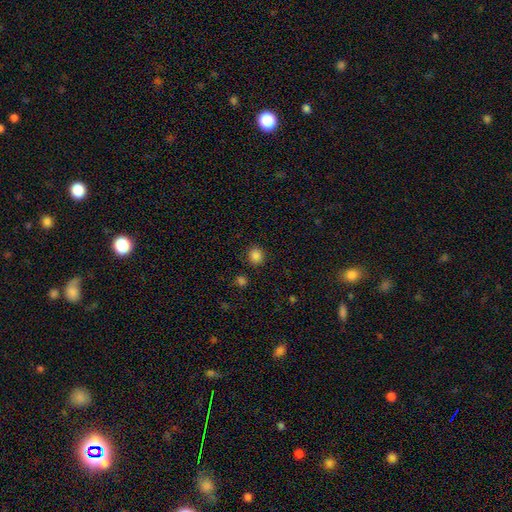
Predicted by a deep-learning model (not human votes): Smooth or featured: smooth — 84% (star or artifact — 12%)
How rounded: round — 85% (in between — 15%)
Merging: none — 86% (minor disturbance — 8%)